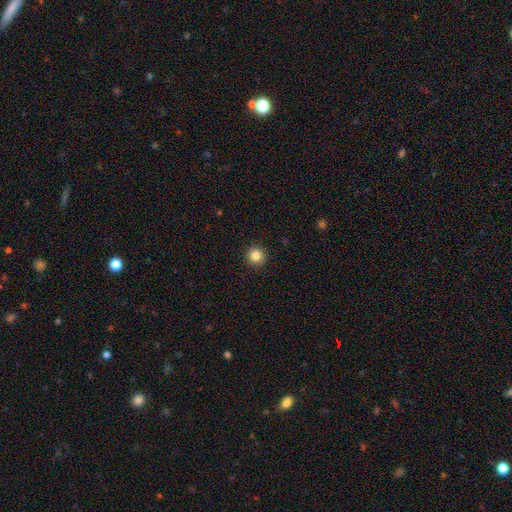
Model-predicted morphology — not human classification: Smooth or featured?
  - smooth: 85% *
  - star or artifact: 11%
  - featured or disk: 4%
How rounded?
  - round: 96% *
  - in between: 4%
  - cigar-shaped: 1%
Merging?
  - none: 93% *
  - minor disturbance: 5%
  - major disturbance: 2%
  - merger: 1%